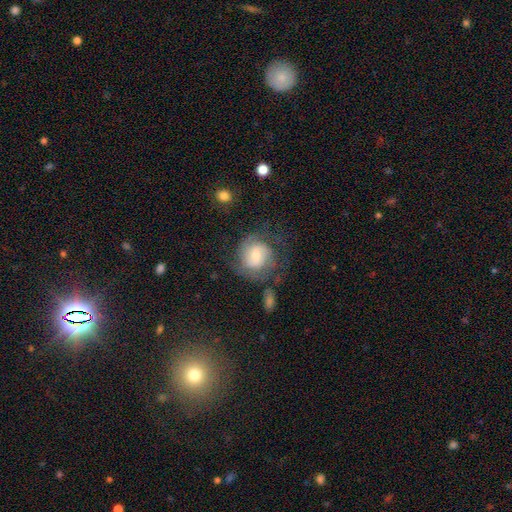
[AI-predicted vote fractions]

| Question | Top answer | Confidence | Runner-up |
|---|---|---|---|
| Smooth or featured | featured or disk | 55% | smooth (38%) |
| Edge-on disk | no | 97% | yes (3%) |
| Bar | no | 50% | weak (41%) |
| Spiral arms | yes | 81% | no (19%) |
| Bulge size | small | 49% | moderate (40%) |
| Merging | none | 53% | major disturbance (22%) |